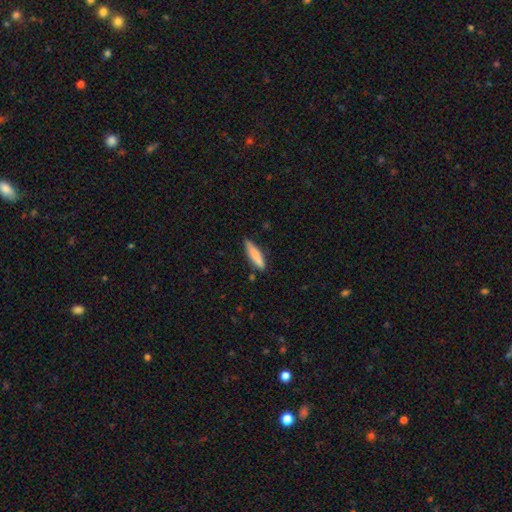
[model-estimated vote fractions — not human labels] This is clearly a smooth galaxy (83%). How rounded: likely cigar-shaped (77%). Merging: likely none (78%).